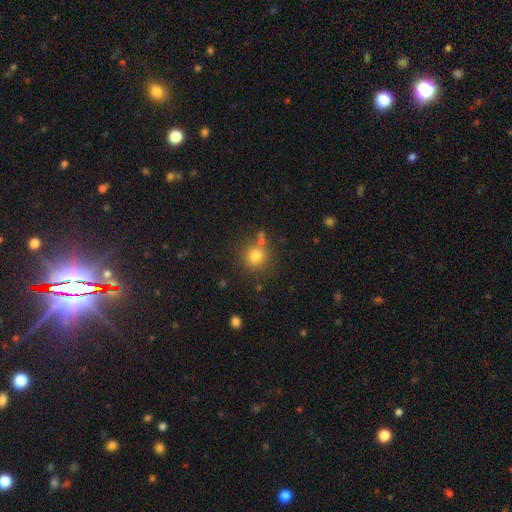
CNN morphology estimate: This is likely a smooth galaxy (80%). How rounded: clearly round (91%). Merging: likely none (76%).